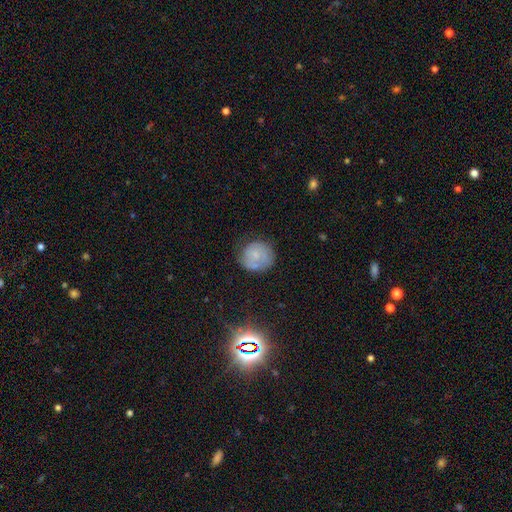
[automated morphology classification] smooth-or-featured: smooth: 62% | featured or disk: 29% | star or artifact: 10%
  how-rounded: round: 88% | in between: 11% | cigar-shaped: 1%
  merging: none: 63% | minor disturbance: 24% | major disturbance: 9% | merger: 4%